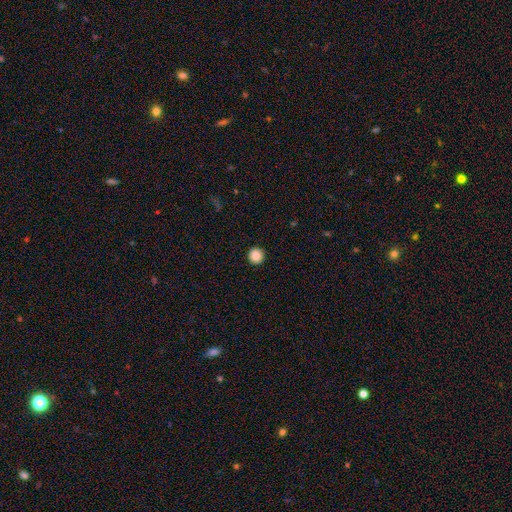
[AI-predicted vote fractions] smooth-or-featured: smooth: 88% | star or artifact: 9% | featured or disk: 3%
  how-rounded: round: 95% | in between: 4% | cigar-shaped: 1%
  merging: none: 93% | minor disturbance: 4% | major disturbance: 2% | merger: 1%